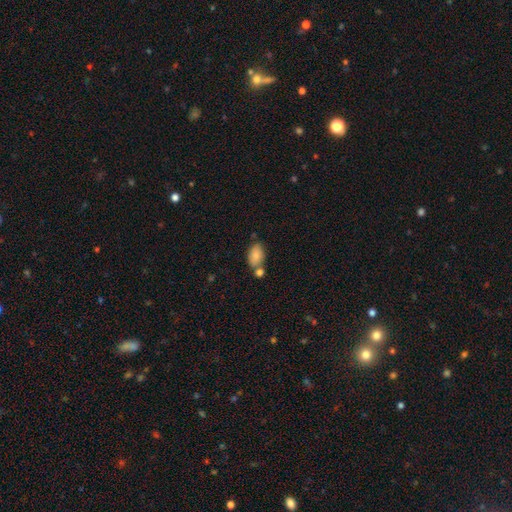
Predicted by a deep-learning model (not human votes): A smooth galaxy with no disk features (83%) that is in between round and cigar-shaped (91%). Merging: none (53%).